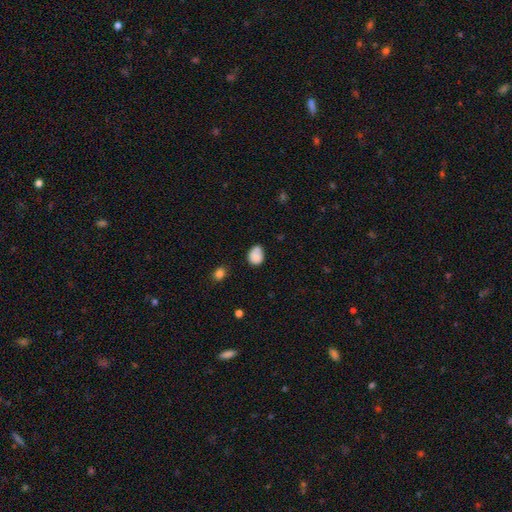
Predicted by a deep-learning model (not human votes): Overall: smooth (84%). How rounded: in between (53%; round 46%). Merging: none (60%; minor disturbance 28%).